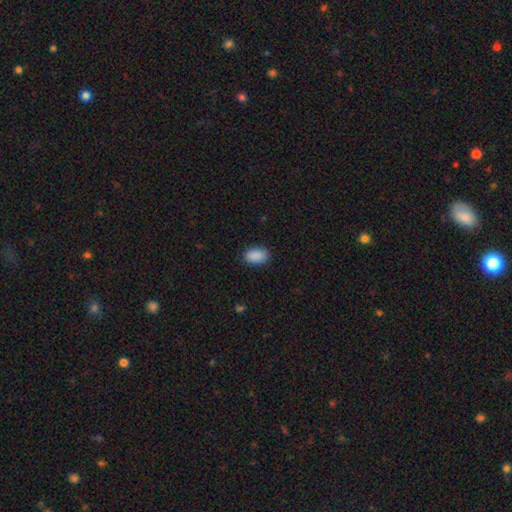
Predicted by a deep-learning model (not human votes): Overall: smooth (90%). How rounded: in between (90%). Merging: none (87%).